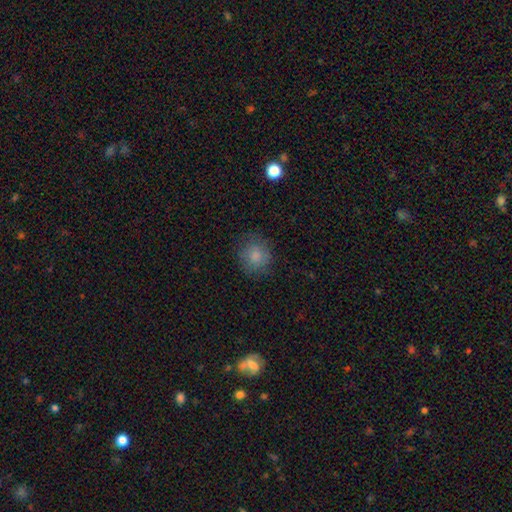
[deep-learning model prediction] The model was most divided on "merging": none: 79%, minor disturbance: 15%, major disturbance: 5%, merger: 1%. More confident: how rounded — round (86%); smooth or featured — smooth (82%).